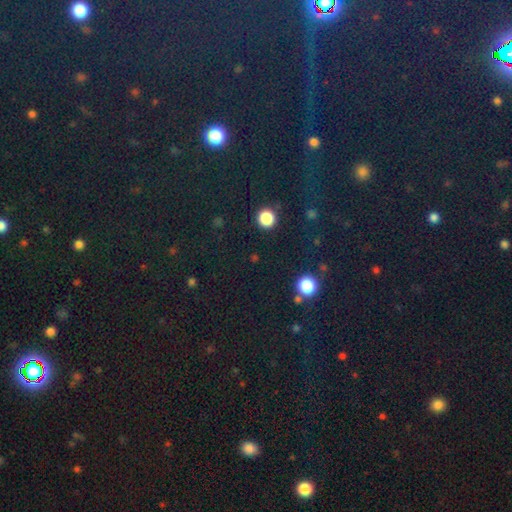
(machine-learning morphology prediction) Overall: star or artifact (79%).